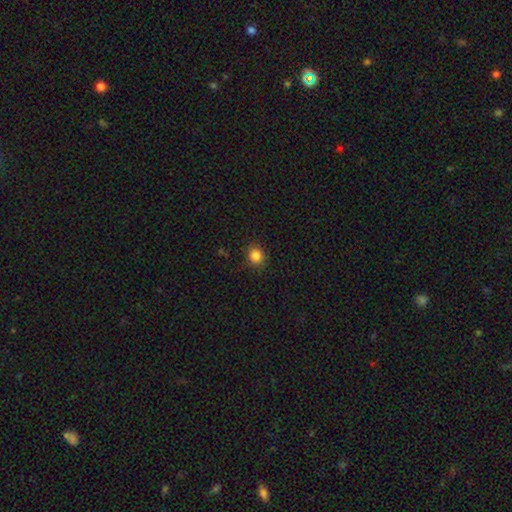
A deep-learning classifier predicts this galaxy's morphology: Smooth or featured? smooth (85%)
How rounded? round (83%)
Merging? none (87%)